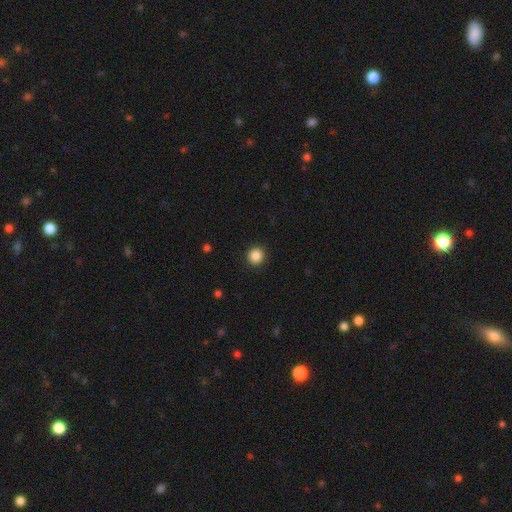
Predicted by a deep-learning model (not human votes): Smooth or featured?
  - smooth: 87% *
  - star or artifact: 10%
  - featured or disk: 3%
How rounded?
  - round: 94% *
  - in between: 5%
  - cigar-shaped: 1%
Merging?
  - none: 92% *
  - minor disturbance: 5%
  - major disturbance: 2%
  - merger: 1%